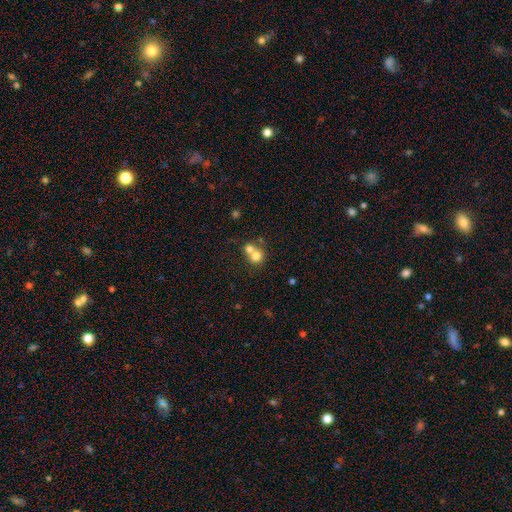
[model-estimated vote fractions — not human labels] A smooth galaxy with no disk features (74%) that is round (84%).

Vote fractions:
- Smooth or featured? smooth: 74% / featured or disk: 15% / star or artifact: 11%
- How rounded? round: 84% / in between: 15% / cigar-shaped: 1%
- Merging? merger: 59% / none: 34% / minor disturbance: 5% / major disturbance: 3%